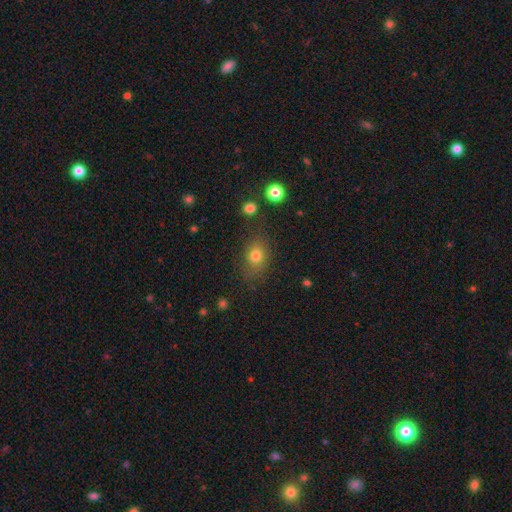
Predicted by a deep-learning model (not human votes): This appears to be a smooth galaxy with no disk features (77%) that is in between round and cigar-shaped (62%). Merging: none (74%).